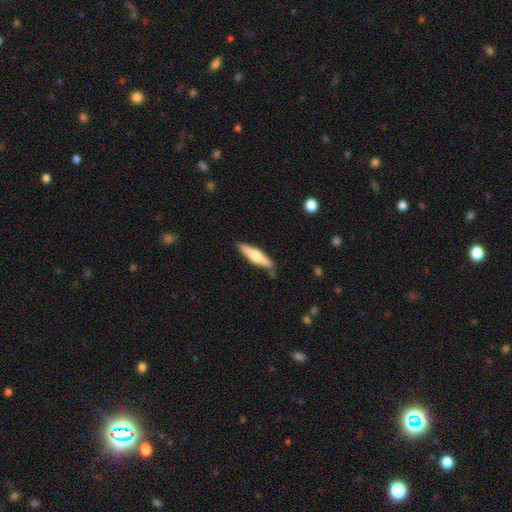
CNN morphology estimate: A smooth galaxy with no disk features (48%).

Vote fractions:
- Smooth or featured? smooth: 48% / featured or disk: 46% / star or artifact: 5%
- Merging? none: 83% / minor disturbance: 12% / merger: 2% / major disturbance: 2%